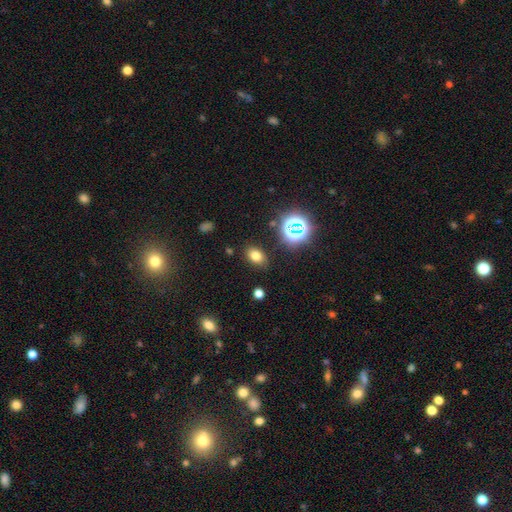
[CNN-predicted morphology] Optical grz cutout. It shows a smooth galaxy with no disk features (72%) that is in between round and cigar-shaped (78%). Merging: none (85%).